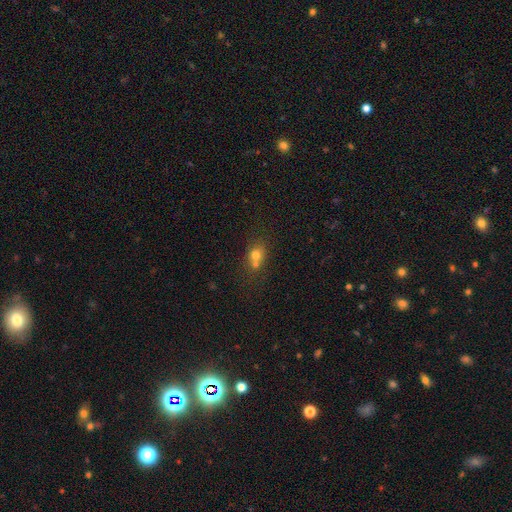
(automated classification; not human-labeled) Smooth or featured? Predicted: smooth (p=0.70). How rounded? Predicted: round (p=0.68). Merging? Predicted: merger (p=0.50).